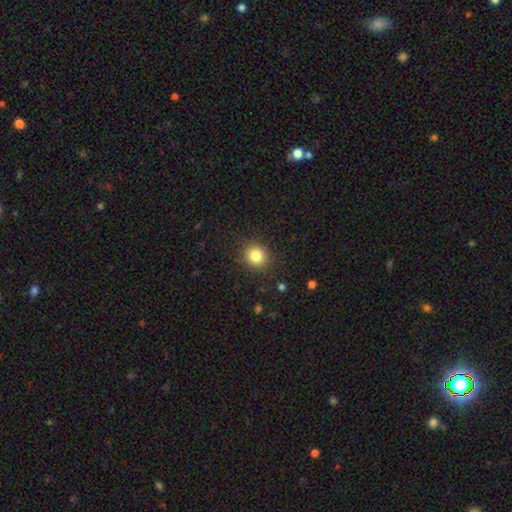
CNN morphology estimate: The model was most divided on "how rounded": round: 84%, in between: 15%, cigar-shaped: 1%. More confident: merging — none (88%); smooth or featured — smooth (83%).